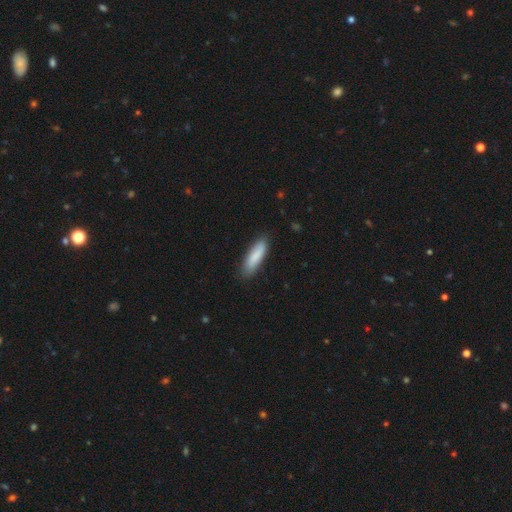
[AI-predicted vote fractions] Smooth or featured? smooth (85%)
How rounded? cigar-shaped (58%)
Merging? none (83%)